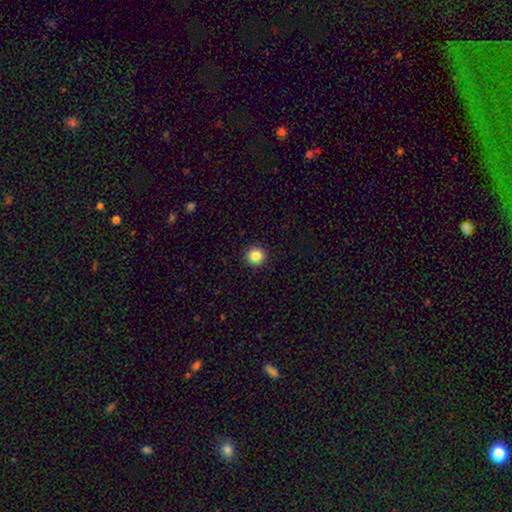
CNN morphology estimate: This is clearly a smooth galaxy (86%). How rounded: clearly round (95%). Merging: clearly none (93%).